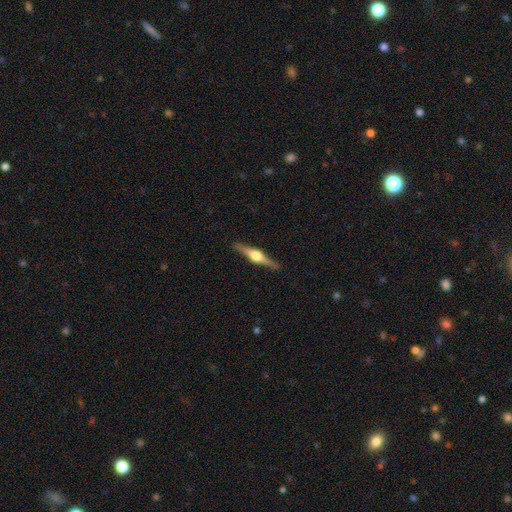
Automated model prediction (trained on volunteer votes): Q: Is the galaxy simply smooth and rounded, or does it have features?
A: featured or disk — 80%.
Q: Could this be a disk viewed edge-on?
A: yes — 98%.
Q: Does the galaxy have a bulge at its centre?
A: rounded — 95%.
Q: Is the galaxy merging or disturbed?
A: none — 91%.